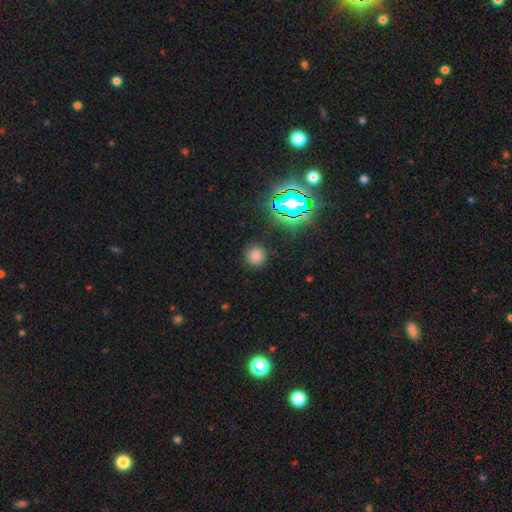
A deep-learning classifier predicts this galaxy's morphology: smooth_or_featured: smooth (p=0.72) [alt: star or artifact p=0.22]
how_rounded: round (p=0.92) [alt: in between p=0.07]
merging: none (p=0.88) [alt: minor disturbance p=0.08]